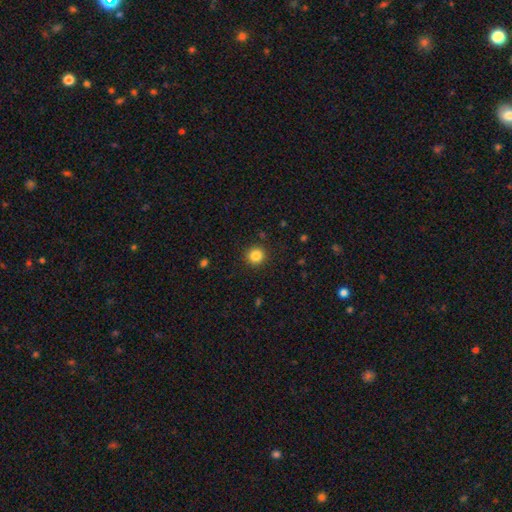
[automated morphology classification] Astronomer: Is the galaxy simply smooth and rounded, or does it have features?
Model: smooth — 85%.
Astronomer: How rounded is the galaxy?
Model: round — 93%.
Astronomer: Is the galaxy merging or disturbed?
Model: none — 91%.